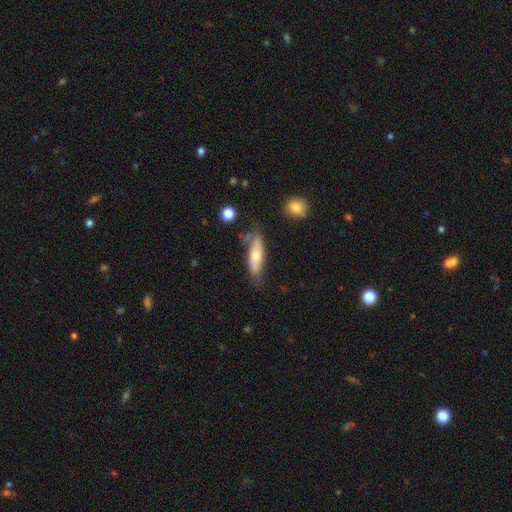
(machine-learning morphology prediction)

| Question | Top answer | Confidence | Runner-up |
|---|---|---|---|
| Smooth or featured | smooth | 61% | featured or disk (33%) |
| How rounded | cigar-shaped | 57% | in between (41%) |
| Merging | none | 65% | minor disturbance (24%) |